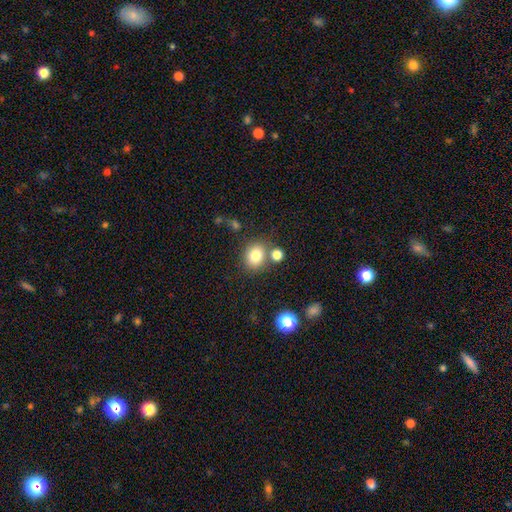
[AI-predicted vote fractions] A smooth galaxy with no disk features (80%) that is round (67%).

Vote fractions:
- Smooth or featured? smooth: 80% / star or artifact: 12% / featured or disk: 8%
- How rounded? round: 67% / in between: 32% / cigar-shaped: 1%
- Merging? none: 72% / merger: 14% / minor disturbance: 11% / major disturbance: 3%